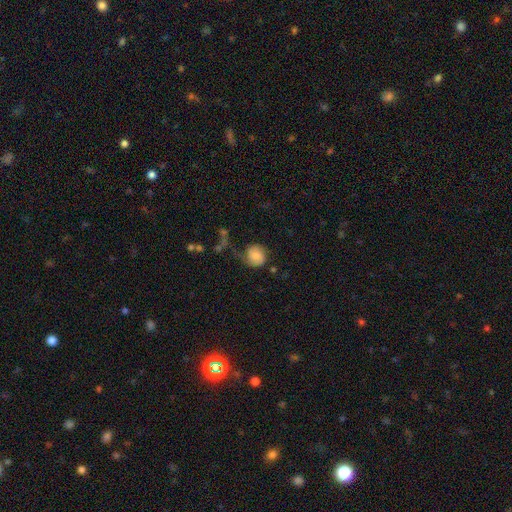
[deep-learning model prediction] A smooth galaxy with no disk features (60%) that is round (76%).

Vote fractions:
- Smooth or featured? smooth: 60% / featured or disk: 31% / star or artifact: 9%
- How rounded? round: 76% / in between: 23% / cigar-shaped: 1%
- Merging? none: 50% / minor disturbance: 26% / major disturbance: 20% / merger: 4%